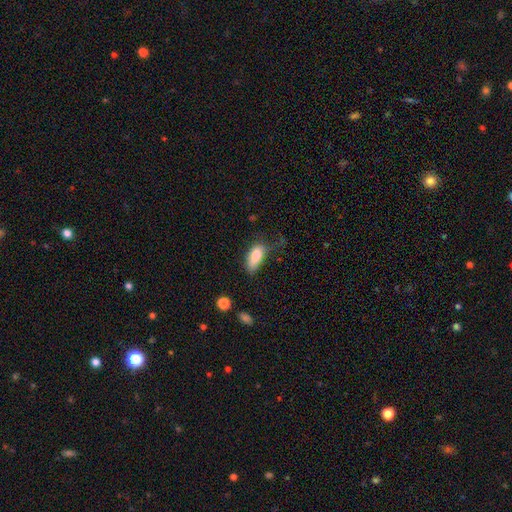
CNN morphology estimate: This is clearly a smooth galaxy (82%). How rounded: clearly in between (87%). Merging: marginally none (42%).